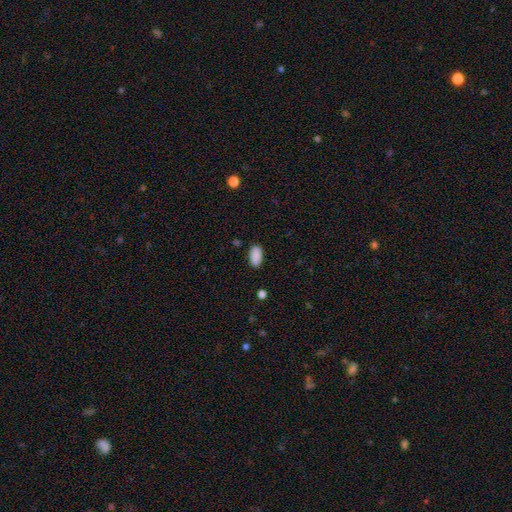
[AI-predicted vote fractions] Smooth or featured?
  - smooth: 90% *
  - star or artifact: 7%
  - featured or disk: 3%
How rounded?
  - in between: 93% *
  - cigar-shaped: 4%
  - round: 3%
Merging?
  - none: 86% *
  - minor disturbance: 11%
  - major disturbance: 2%
  - merger: 1%